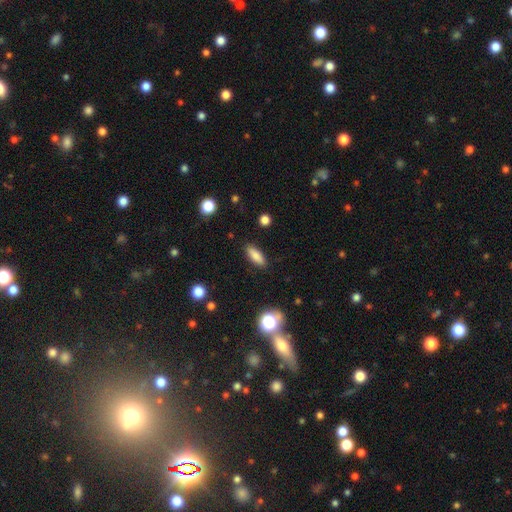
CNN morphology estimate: type=smooth (82%); roundness=in between (65%); merging=none (88%).